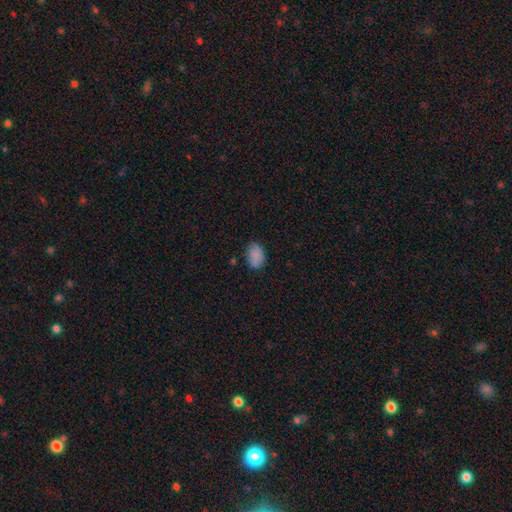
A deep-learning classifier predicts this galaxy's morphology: This is clearly a smooth galaxy (82%). How rounded: clearly in between (85%). Merging: likely none (70%).